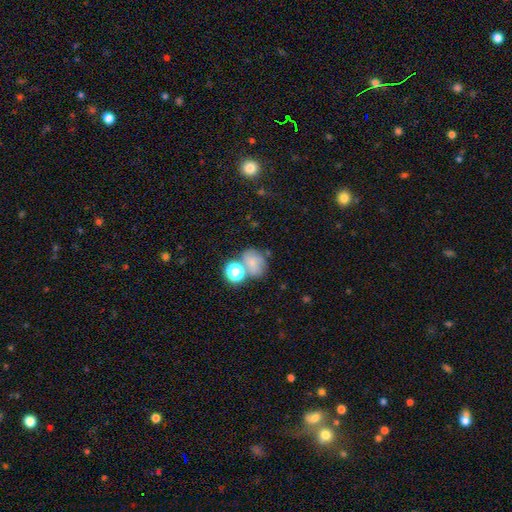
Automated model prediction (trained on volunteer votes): Q: Smooth or featured?
A: star or artifact (44%); runner-up: smooth (40%)